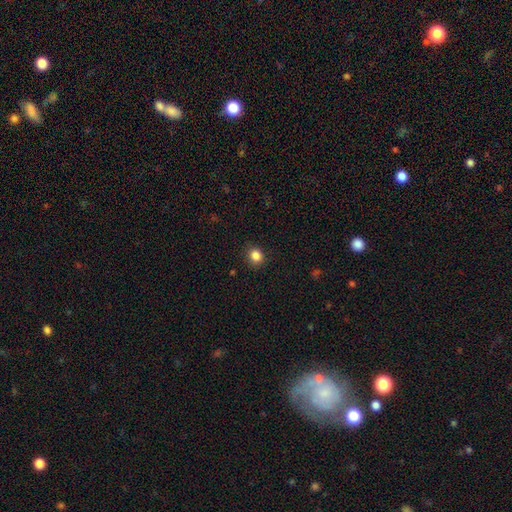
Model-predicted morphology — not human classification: Smooth or featured? Predicted: smooth (p=0.85). How rounded? Predicted: round (p=0.78). Merging? Predicted: none (p=0.88).